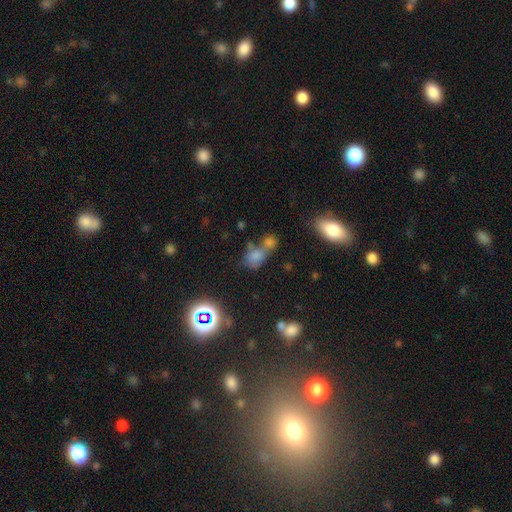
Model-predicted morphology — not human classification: Smooth or featured?
  - smooth: 65% *
  - star or artifact: 22%
  - featured or disk: 13%
How rounded?
  - in between: 68% *
  - round: 29%
  - cigar-shaped: 3%
Merging?
  - merger: 52% *
  - none: 29%
  - minor disturbance: 12%
  - major disturbance: 8%